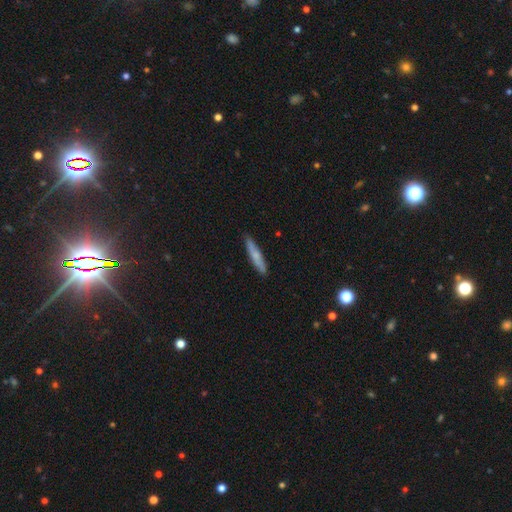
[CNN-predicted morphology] A smooth galaxy with no disk features (64%) that is cigar-shaped (92%). Merging: none (88%).